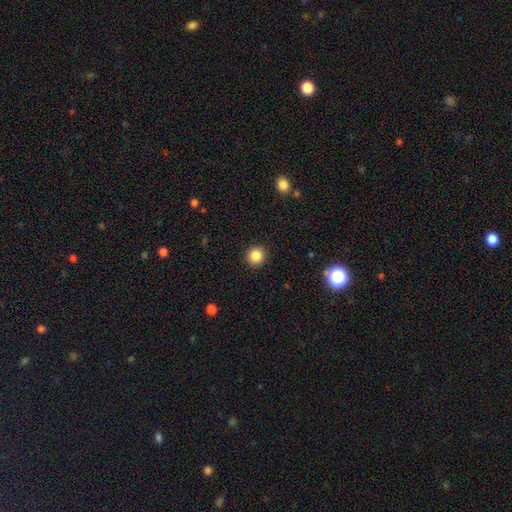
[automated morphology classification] This appears to be a smooth galaxy with no disk features (85%) that is round (92%). Merging: none (92%).